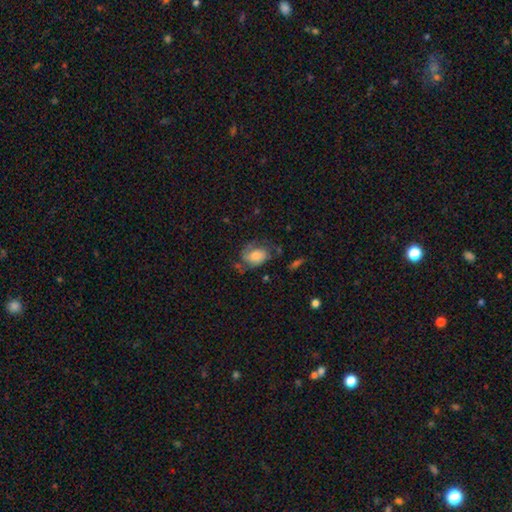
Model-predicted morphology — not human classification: Smooth or featured: smooth — 47% (featured or disk — 45%)
Merging: none — 48% (minor disturbance — 27%)